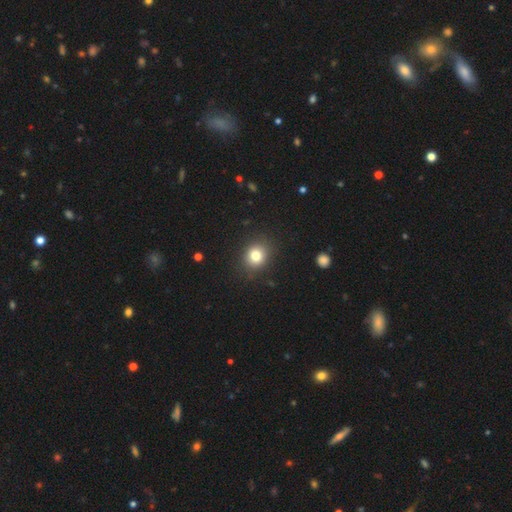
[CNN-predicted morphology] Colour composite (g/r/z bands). It shows a smooth galaxy with no disk features (79%) that is round (73%). Merging: none (88%).